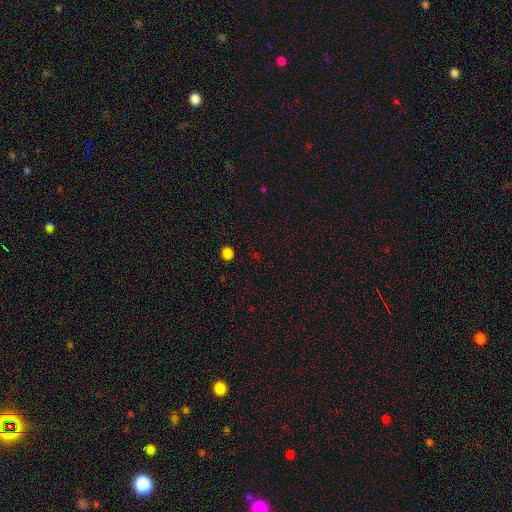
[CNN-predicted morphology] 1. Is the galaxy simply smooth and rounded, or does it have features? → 62% smooth, 34% star or artifact, 4% featured or disk.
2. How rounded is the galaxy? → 88% round, 10% in between, 1% cigar-shaped.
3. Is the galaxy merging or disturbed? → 91% none, 5% minor disturbance, 2% major disturbance, 2% merger.